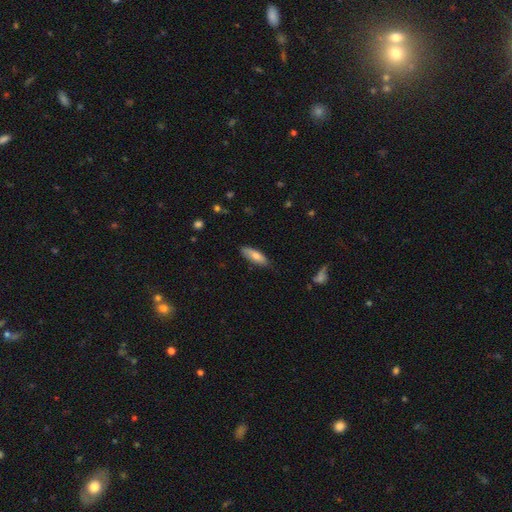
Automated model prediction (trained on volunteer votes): A smooth galaxy with no disk features (74%) that is in between round and cigar-shaped (58%). Merging: none (79%).